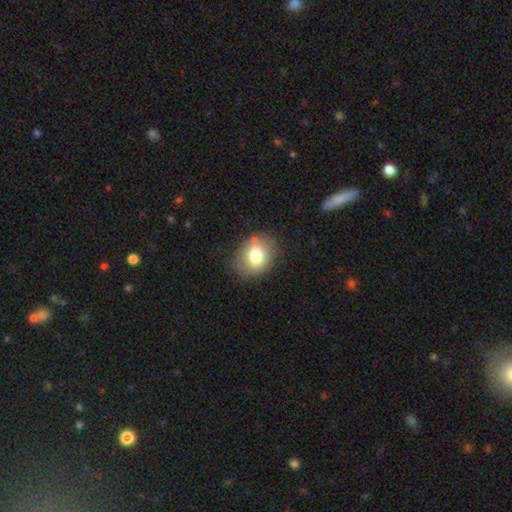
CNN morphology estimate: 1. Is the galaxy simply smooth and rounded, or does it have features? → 75% smooth, 16% featured or disk, 9% star or artifact.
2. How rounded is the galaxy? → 57% in between, 42% round, 1% cigar-shaped.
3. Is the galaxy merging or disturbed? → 77% none, 16% minor disturbance, 5% major disturbance, 2% merger.